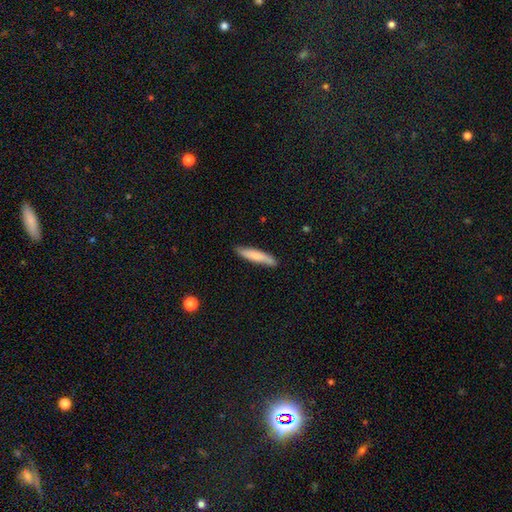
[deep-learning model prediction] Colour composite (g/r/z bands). It shows a smooth galaxy with no disk features (75%) that is cigar-shaped (88%). Merging: none (81%).